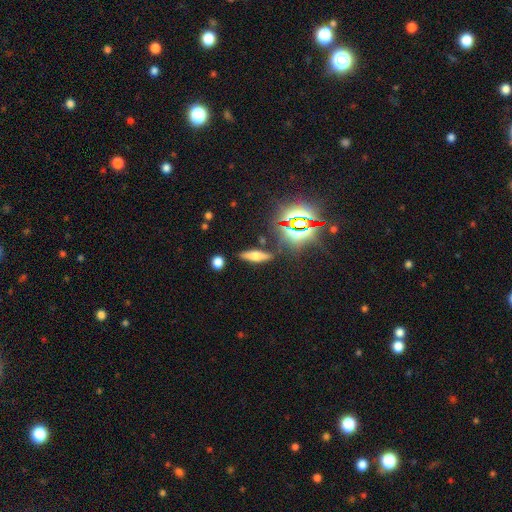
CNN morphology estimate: This is possibly a smooth galaxy (49%). Merging: clearly none (81%).